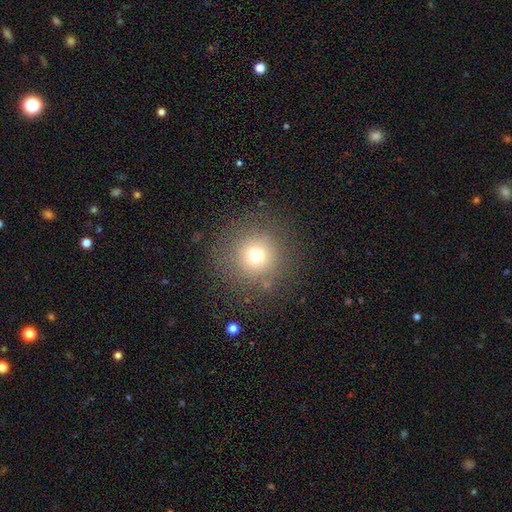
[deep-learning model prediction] This appears to be a smooth galaxy with no disk features (70%) that is round (95%). Merging: none (86%).